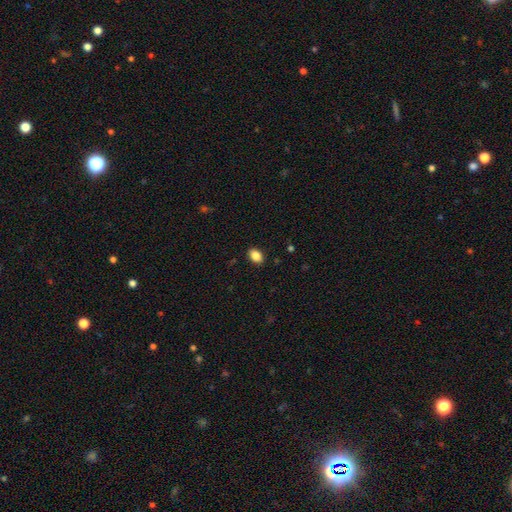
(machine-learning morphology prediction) type=smooth (87%); roundness=in between (81%); merging=none (89%).